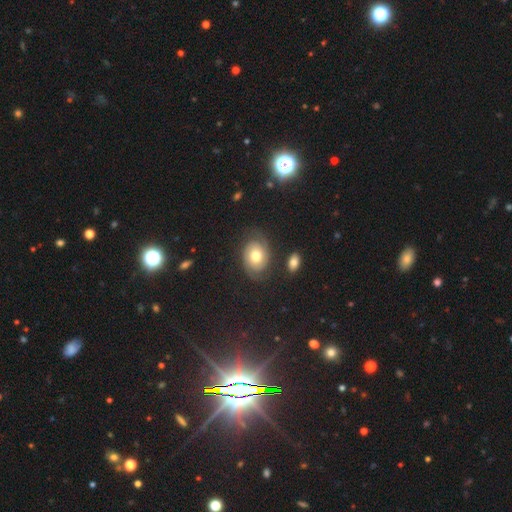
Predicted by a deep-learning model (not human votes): This appears to be a featured or disk galaxy (60%) with no bar (80%), spiral arms (85%) and a moderate central bulge (73%). Merging: none (76%).